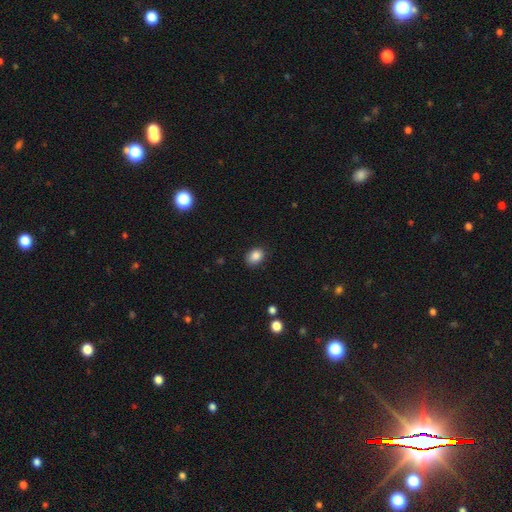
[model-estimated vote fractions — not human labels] The model was most divided on "how rounded": in between: 68%, round: 31%, cigar-shaped: 1%. More confident: smooth or featured — smooth (86%); merging — none (82%).